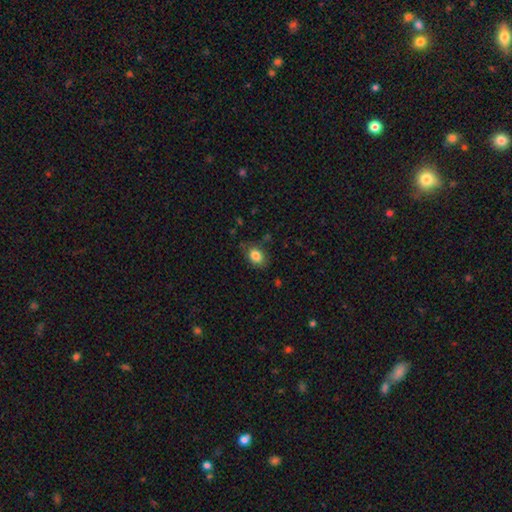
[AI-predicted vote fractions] A smooth galaxy with no disk features (84%) that is in between round and cigar-shaped (75%). Merging: none (77%).